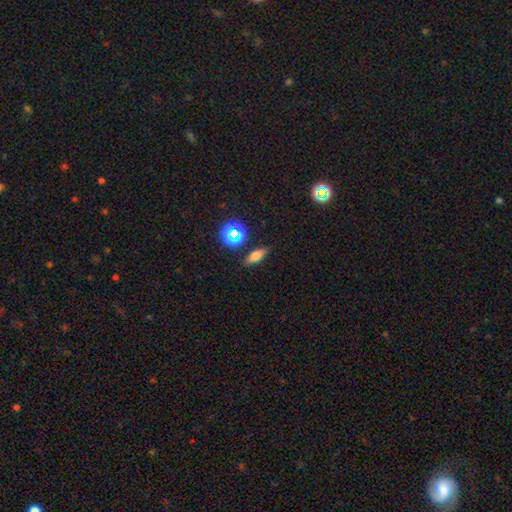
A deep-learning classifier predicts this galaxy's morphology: Smooth or featured? smooth (69%)
How rounded? in between (60%)
Merging? none (82%)